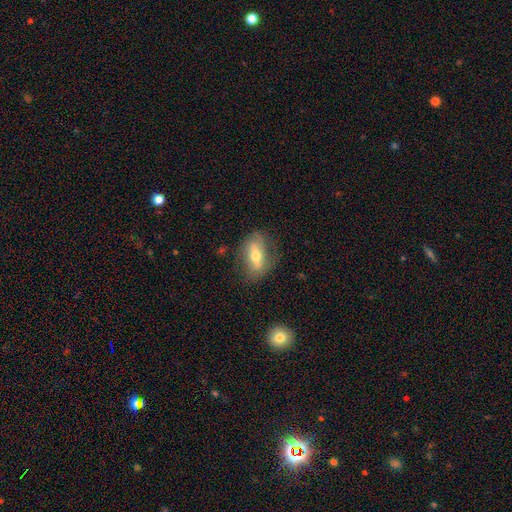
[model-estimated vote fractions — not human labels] smooth_or_featured: featured or disk (p=0.50) [alt: smooth p=0.42]
merging: none (p=0.70) [alt: minor disturbance p=0.20]